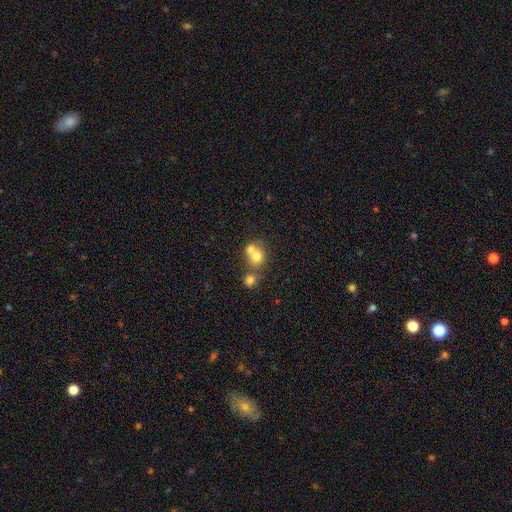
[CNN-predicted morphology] A smooth galaxy with no disk features (70%) that is round (76%).

Vote fractions:
- Smooth or featured? smooth: 70% / featured or disk: 18% / star or artifact: 12%
- How rounded? round: 76% / in between: 23% / cigar-shaped: 1%
- Merging? merger: 58% / none: 32% / minor disturbance: 7% / major disturbance: 3%